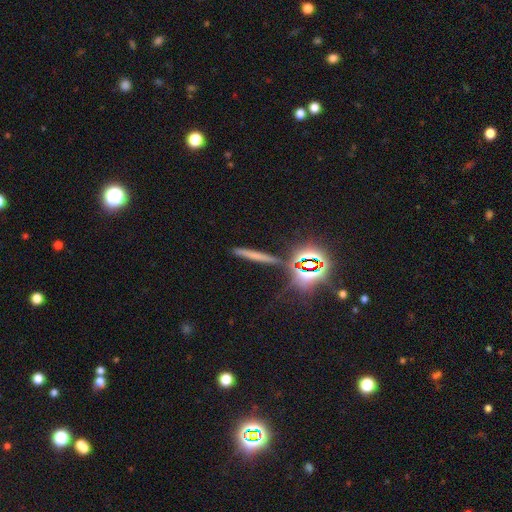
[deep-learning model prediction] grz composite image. It shows a smooth galaxy with no disk features (51%) that is cigar-shaped (89%). Merging: none (86%).